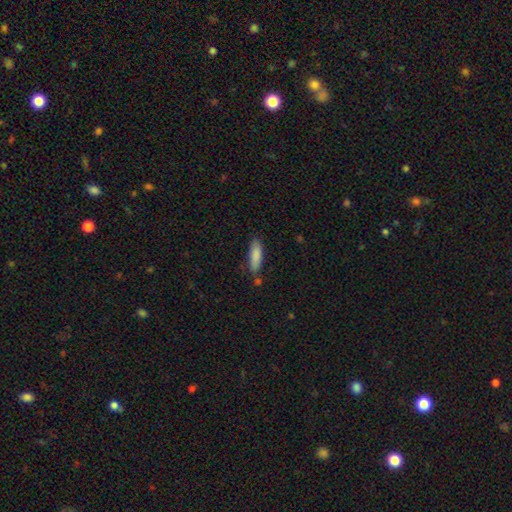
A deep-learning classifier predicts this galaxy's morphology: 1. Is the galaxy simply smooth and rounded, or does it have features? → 86% smooth, 8% featured or disk, 6% star or artifact.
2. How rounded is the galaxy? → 49% cigar-shaped (tied), 49% in between (tied), 2% round.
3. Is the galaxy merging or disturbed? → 72% none, 18% minor disturbance, 6% merger, 4% major disturbance.